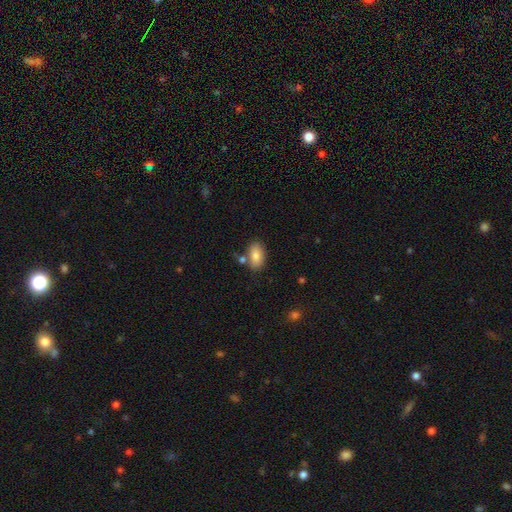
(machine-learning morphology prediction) Overall: smooth (82%). How rounded: in between (92%). Merging: none (74%).